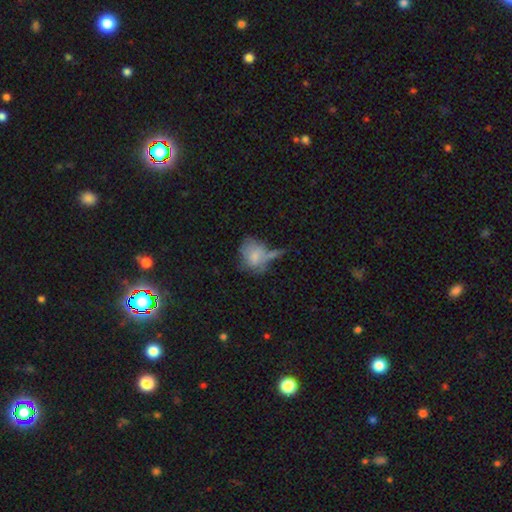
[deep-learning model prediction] smooth-or-featured: smooth: 66% | featured or disk: 25% | star or artifact: 9%
  how-rounded: in between: 53% | round: 45% | cigar-shaped: 2%
  merging: none: 33% | minor disturbance: 23% | merger: 23% | major disturbance: 21%